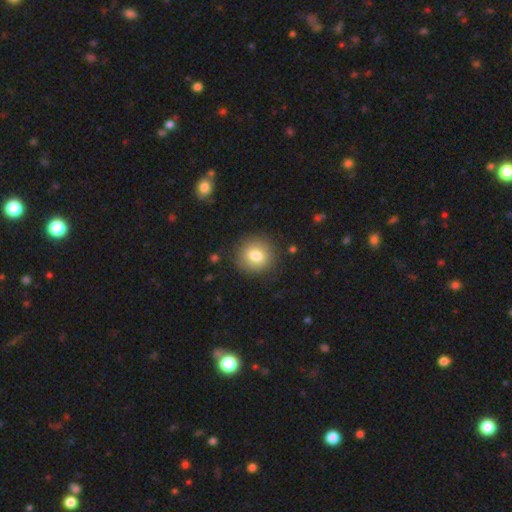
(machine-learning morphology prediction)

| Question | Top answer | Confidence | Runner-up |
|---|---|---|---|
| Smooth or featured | smooth | 80% | featured or disk (11%) |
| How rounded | round | 88% | in between (11%) |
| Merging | none | 87% | minor disturbance (9%) |